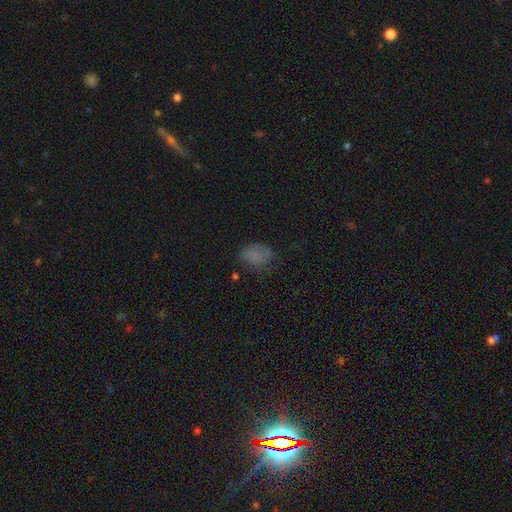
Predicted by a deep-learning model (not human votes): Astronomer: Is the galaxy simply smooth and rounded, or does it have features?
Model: smooth — 69%.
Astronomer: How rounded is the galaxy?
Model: in between — 66%.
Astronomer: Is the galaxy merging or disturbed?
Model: none — 57%.